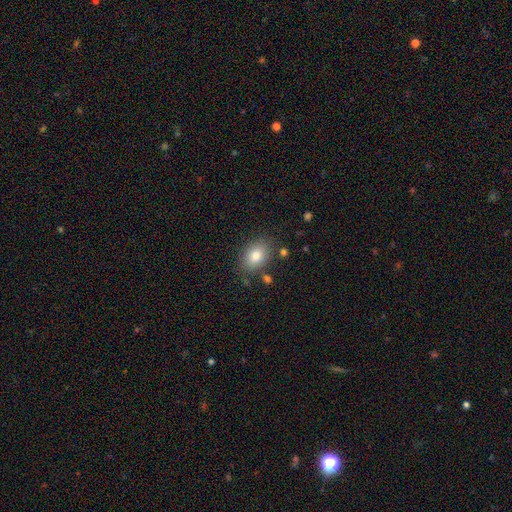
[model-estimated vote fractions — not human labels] Smooth or featured?
  - smooth: 82% *
  - featured or disk: 10%
  - star or artifact: 9%
How rounded?
  - in between: 79% *
  - round: 20%
  - cigar-shaped: 1%
Merging?
  - none: 79% *
  - minor disturbance: 13%
  - merger: 4%
  - major disturbance: 4%